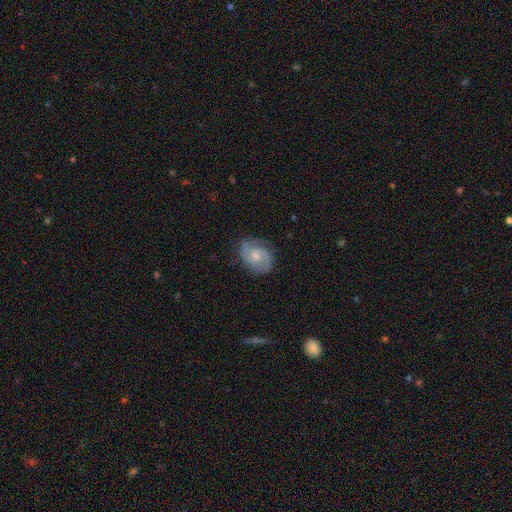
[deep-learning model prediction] smooth_or_featured: featured or disk (p=0.79) [alt: smooth p=0.15]
disk_edge_on: no (p=0.98) [alt: yes p=0.02]
bar: no (p=0.59) [alt: weak p=0.36]
has_spiral_arms: yes (p=0.96) [alt: no p=0.04]
spiral_winding: medium (p=0.49) [alt: tight p=0.36]
spiral_arm_count: 2 (p=0.85) [alt: can't tell p=0.07]
bulge_size: moderate (p=0.48) [alt: small p=0.44]
merging: none (p=0.77) [alt: minor disturbance p=0.17]